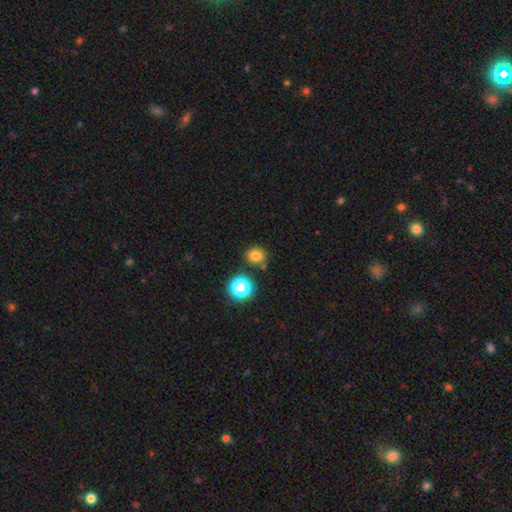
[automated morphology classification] A smooth galaxy with no disk features (76%) that is round (76%).

Vote fractions:
- Smooth or featured? smooth: 76% / star or artifact: 18% / featured or disk: 6%
- How rounded? round: 76% / in between: 23% / cigar-shaped: 1%
- Merging? none: 80% / minor disturbance: 10% / merger: 8% / major disturbance: 3%